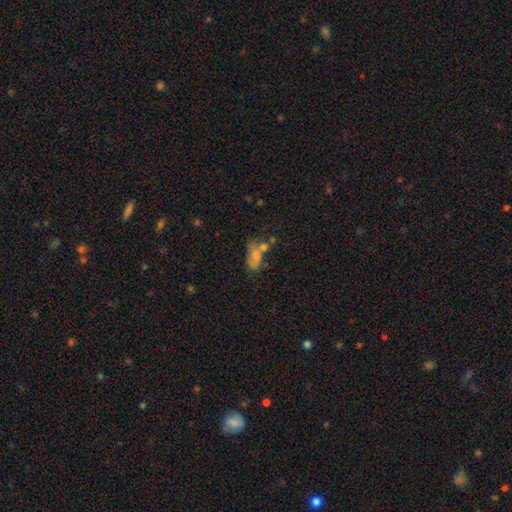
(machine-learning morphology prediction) This appears to be a smooth galaxy with no disk features (53%) that is in between round and cigar-shaped (81%). Merging: none (34%).